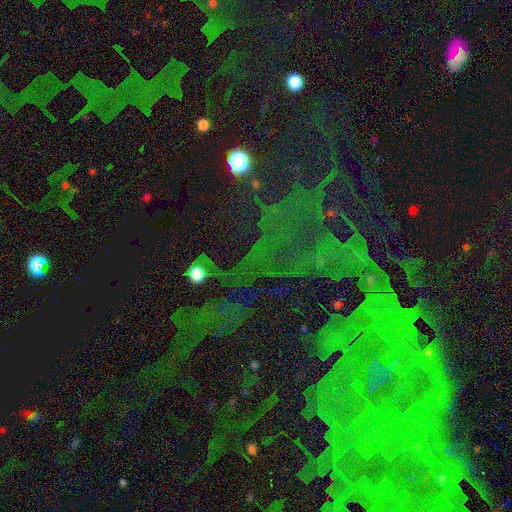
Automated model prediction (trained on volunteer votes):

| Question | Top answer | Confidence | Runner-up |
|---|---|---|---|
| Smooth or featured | star or artifact | 73% | featured or disk (16%) |